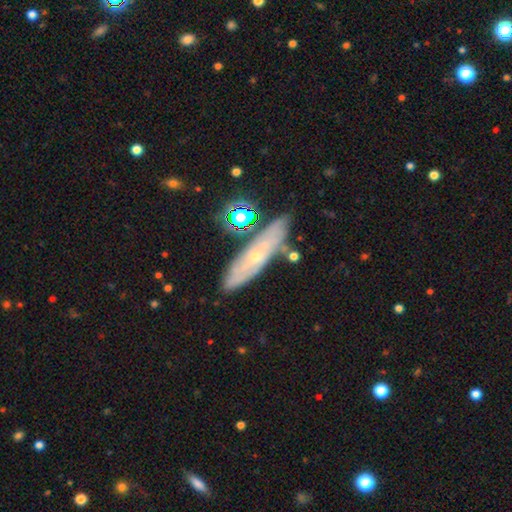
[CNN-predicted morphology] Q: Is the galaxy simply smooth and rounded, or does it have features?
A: featured or disk — 57%.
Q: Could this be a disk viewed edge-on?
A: no — 57%.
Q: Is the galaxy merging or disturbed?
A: none — 78%.